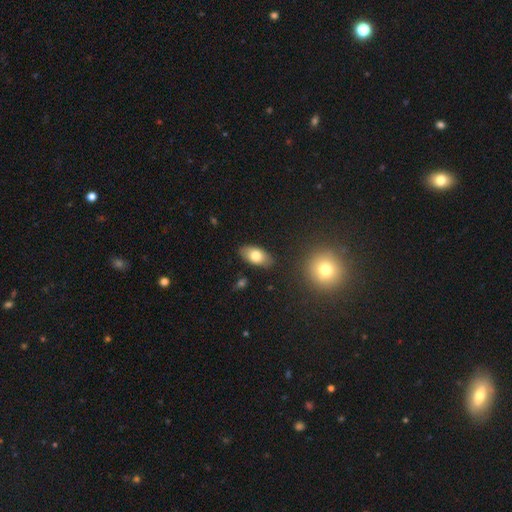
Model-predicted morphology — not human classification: A smooth galaxy with no disk features (77%) that is in between round and cigar-shaped (92%).

Vote fractions:
- Smooth or featured? smooth: 77% / featured or disk: 16% / star or artifact: 7%
- How rounded? in between: 92% / round: 5% / cigar-shaped: 4%
- Merging? none: 85% / minor disturbance: 10% / major disturbance: 2% / merger: 2%